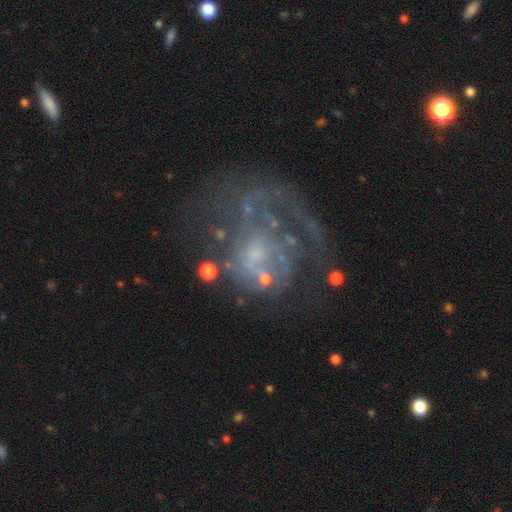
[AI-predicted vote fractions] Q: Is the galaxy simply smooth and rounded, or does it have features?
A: featured or disk — 73%.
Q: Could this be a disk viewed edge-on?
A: no — 98%.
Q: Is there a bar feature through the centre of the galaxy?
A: no — 77%.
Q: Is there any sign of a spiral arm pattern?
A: yes — 61%.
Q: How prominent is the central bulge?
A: small — 41%.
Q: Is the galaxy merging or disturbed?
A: major disturbance — 38%, tied with none.